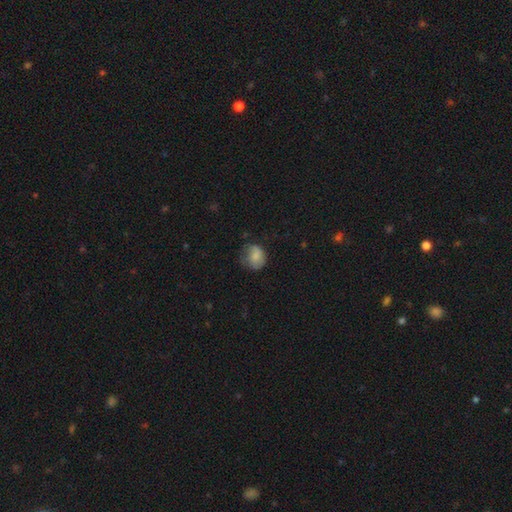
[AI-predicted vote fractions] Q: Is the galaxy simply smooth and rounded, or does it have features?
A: smooth — 76%.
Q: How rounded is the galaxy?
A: round — 68%.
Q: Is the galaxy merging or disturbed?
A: none — 53%.